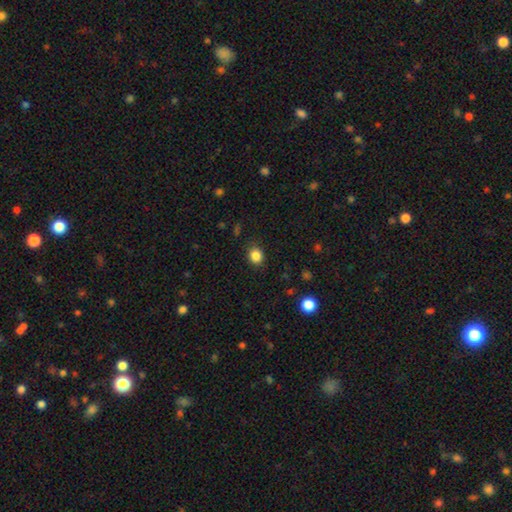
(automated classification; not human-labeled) Smooth or featured? Predicted: smooth (p=0.85). How rounded? Predicted: round (p=0.70). Merging? Predicted: none (p=0.86).